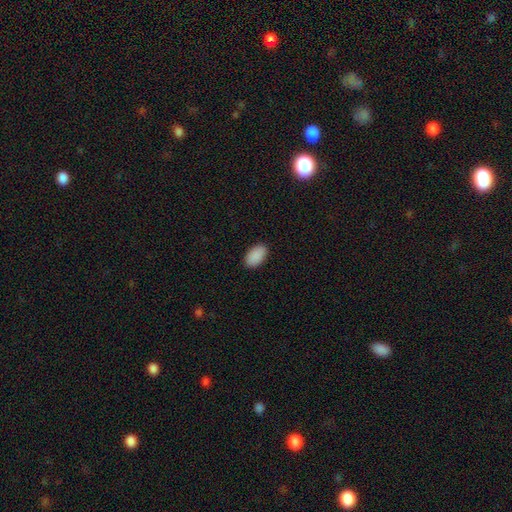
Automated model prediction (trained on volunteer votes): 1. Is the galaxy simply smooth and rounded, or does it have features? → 91% smooth, 7% star or artifact, 2% featured or disk.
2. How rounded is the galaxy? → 95% in between, 3% round, 2% cigar-shaped.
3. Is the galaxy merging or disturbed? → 89% none, 8% minor disturbance, 2% major disturbance, 1% merger.